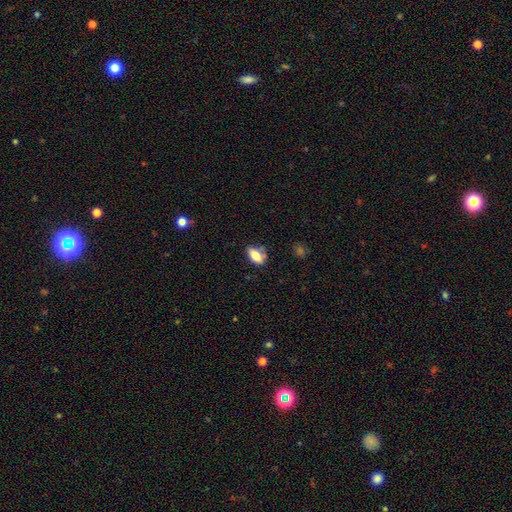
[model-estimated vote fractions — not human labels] A smooth galaxy with no disk features (78%) that is in between round and cigar-shaped (88%).

Vote fractions:
- Smooth or featured? smooth: 78% / featured or disk: 14% / star or artifact: 8%
- How rounded? in between: 88% / cigar-shaped: 6% / round: 6%
- Merging? none: 61% / minor disturbance: 25% / merger: 7% / major disturbance: 6%